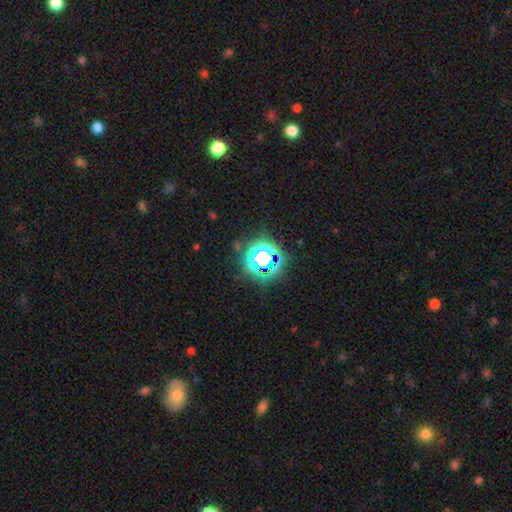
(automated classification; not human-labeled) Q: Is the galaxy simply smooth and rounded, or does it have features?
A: star or artifact — 75%.